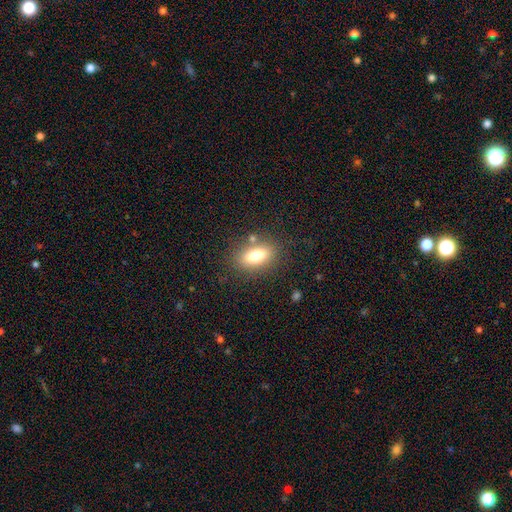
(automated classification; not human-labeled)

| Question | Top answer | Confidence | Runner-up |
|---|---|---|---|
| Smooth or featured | smooth | 75% | featured or disk (17%) |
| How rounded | in between | 81% | cigar-shaped (12%) |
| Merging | none | 80% | minor disturbance (12%) |